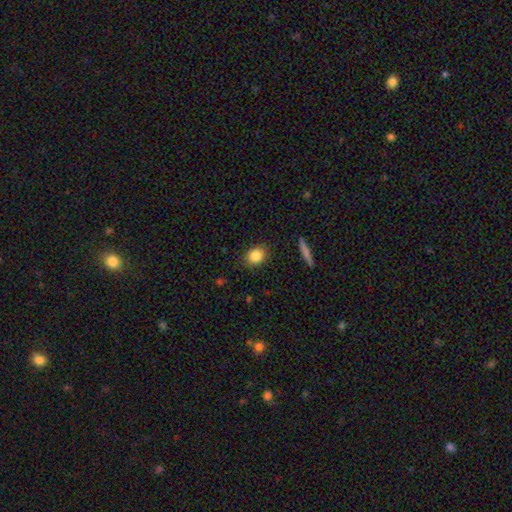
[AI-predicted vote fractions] Smooth or featured? smooth (86%)
How rounded? round (55%)
Merging? none (87%)